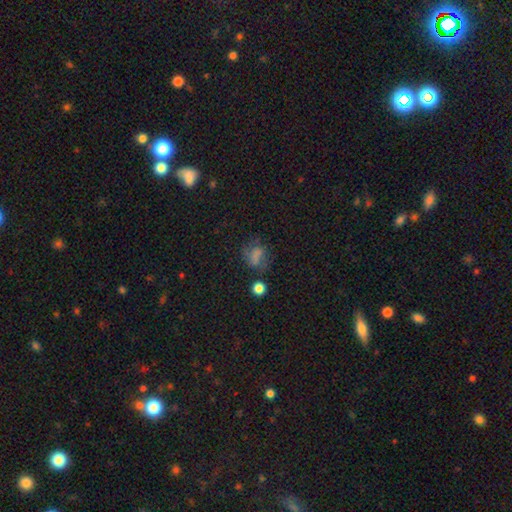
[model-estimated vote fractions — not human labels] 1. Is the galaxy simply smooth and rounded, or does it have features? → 56% smooth, 24% featured or disk, 21% star or artifact.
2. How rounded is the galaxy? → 52% round, 46% in between, 2% cigar-shaped.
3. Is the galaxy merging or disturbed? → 48% none, 23% minor disturbance, 23% major disturbance, 7% merger.